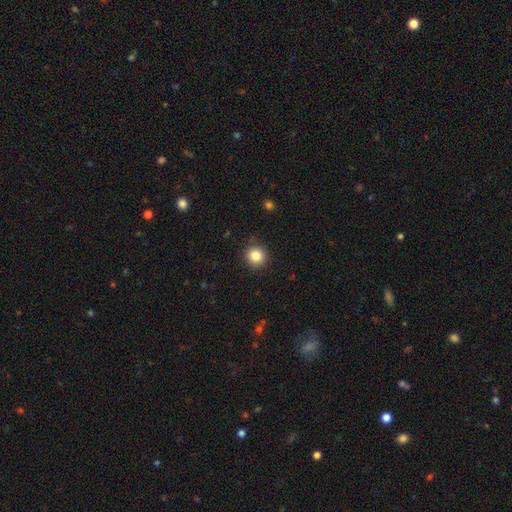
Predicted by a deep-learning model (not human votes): Q: Smooth or featured?
A: smooth (84%); runner-up: star or artifact (11%)
Q: How rounded?
A: round (93%); runner-up: in between (6%)
Q: Merging?
A: none (89%); runner-up: minor disturbance (8%)